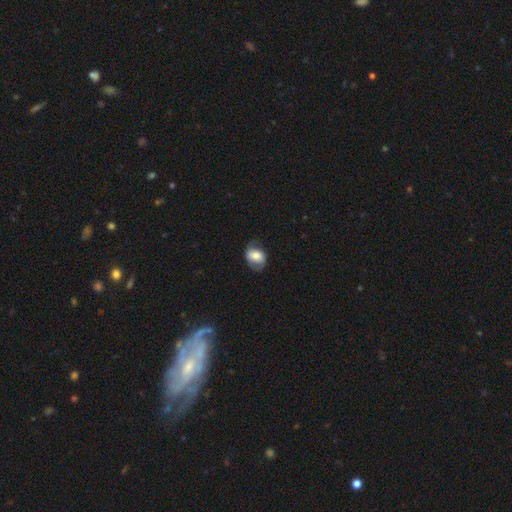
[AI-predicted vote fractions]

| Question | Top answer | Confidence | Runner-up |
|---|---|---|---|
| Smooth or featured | smooth | 65% | featured or disk (28%) |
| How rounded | in between | 71% | round (27%) |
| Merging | none | 65% | minor disturbance (25%) |